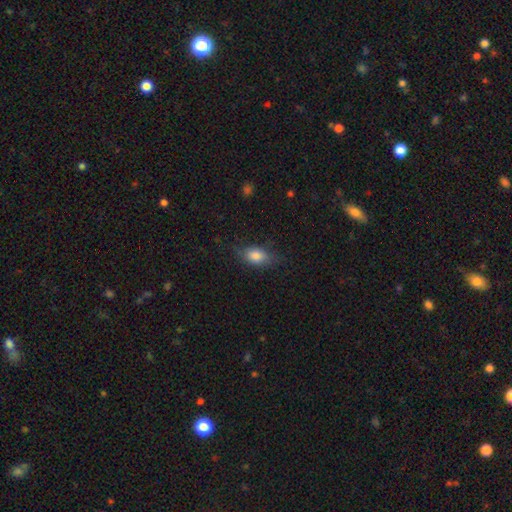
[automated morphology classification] A smooth galaxy with no disk features (79%) that is in between round and cigar-shaped (82%). Merging: none (65%).